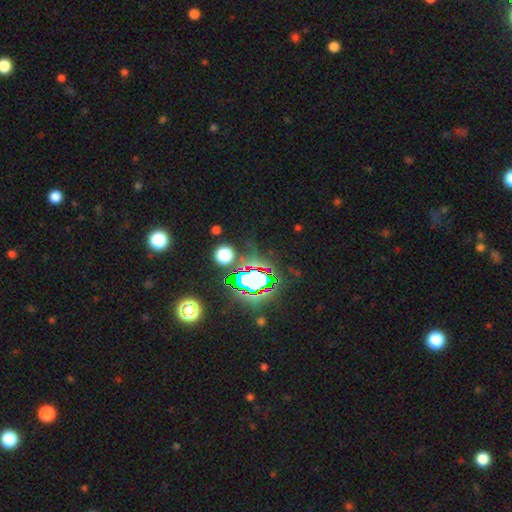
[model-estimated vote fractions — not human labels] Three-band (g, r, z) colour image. It shows a star or artifact, not a galaxy (81%).